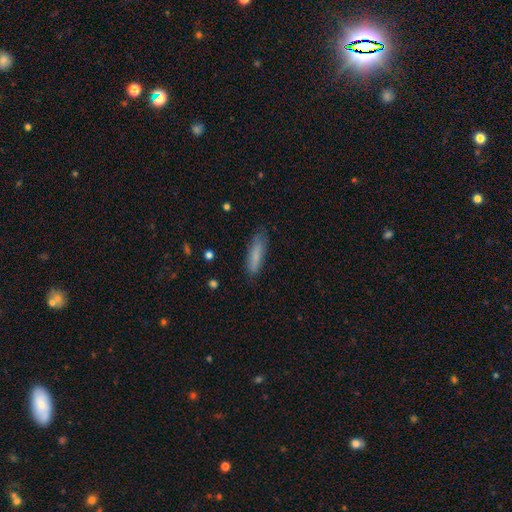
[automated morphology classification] Smooth or featured? smooth (80%)
How rounded? cigar-shaped (68%)
Merging? none (77%)